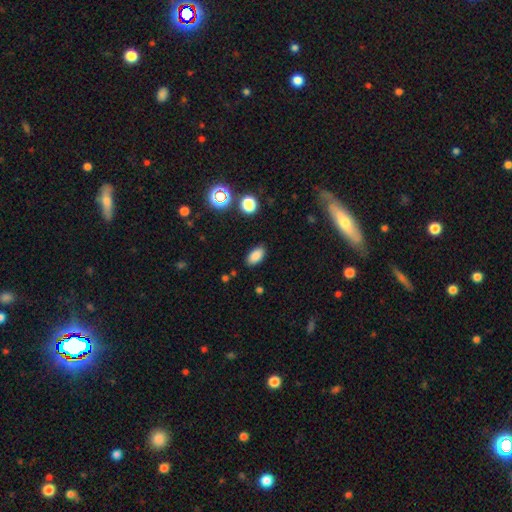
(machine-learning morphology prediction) smooth 85%, star or artifact 10%, featured or disk 5%. Down the decision tree: how rounded — in between (91%); merging — none (87%).